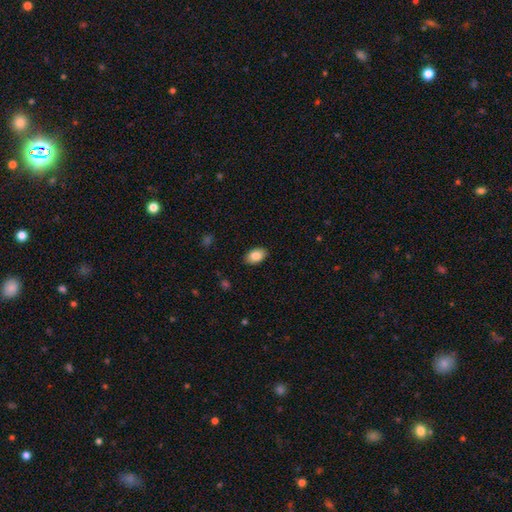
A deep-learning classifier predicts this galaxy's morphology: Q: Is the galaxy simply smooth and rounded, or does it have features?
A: smooth — 85%.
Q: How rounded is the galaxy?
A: in between — 90%.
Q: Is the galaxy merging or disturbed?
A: none — 88%.